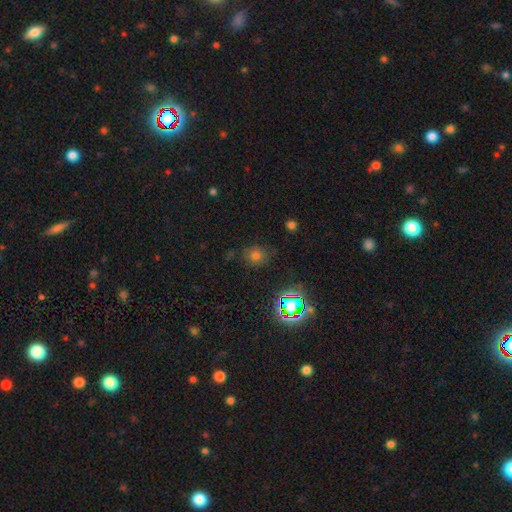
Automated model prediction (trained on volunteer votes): Smooth or featured? Predicted: smooth (p=0.63). How rounded? Predicted: round (p=0.74). Merging? Predicted: none (p=0.77).